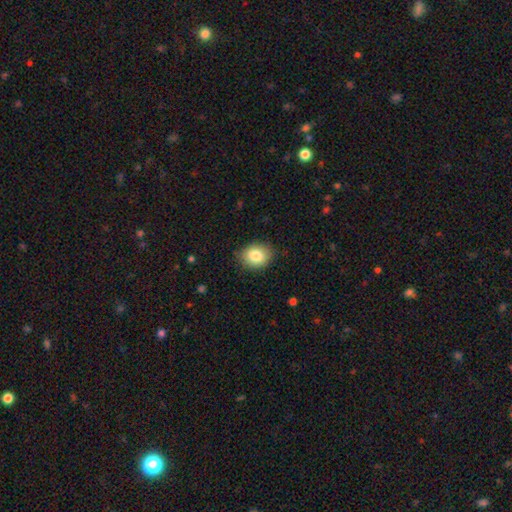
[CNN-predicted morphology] Smooth or featured? smooth (83%)
How rounded? round (54%)
Merging? none (83%)